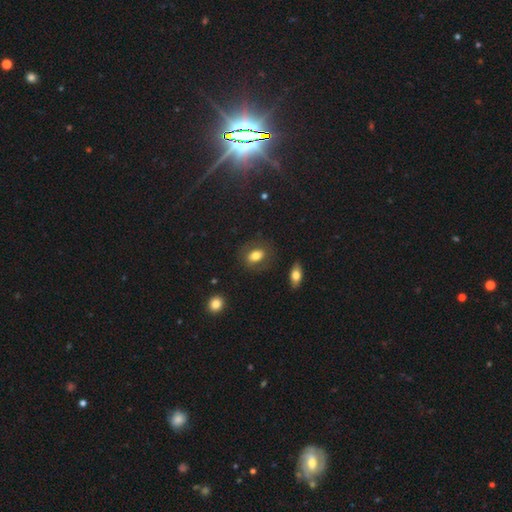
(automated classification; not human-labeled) Smooth or featured: smooth — 72% (featured or disk — 19%)
How rounded: in between — 74% (round — 24%)
Merging: none — 79% (minor disturbance — 13%)